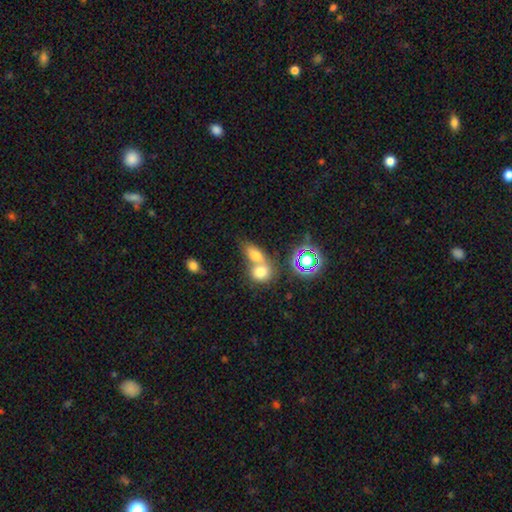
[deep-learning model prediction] Smooth or featured?
  - smooth: 71% *
  - star or artifact: 15%
  - featured or disk: 14%
How rounded?
  - in between: 65% *
  - round: 31%
  - cigar-shaped: 5%
Merging?
  - merger: 60% *
  - none: 28%
  - minor disturbance: 7%
  - major disturbance: 4%